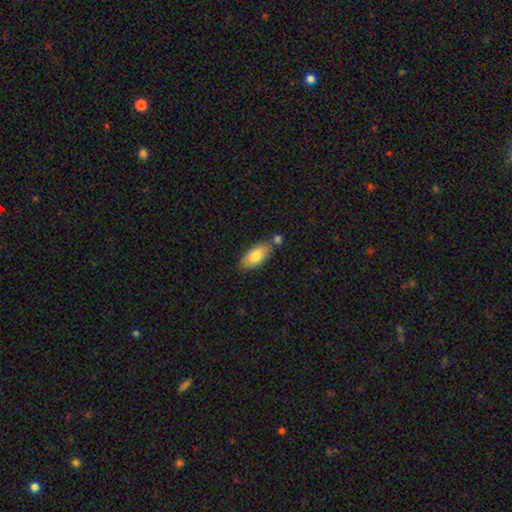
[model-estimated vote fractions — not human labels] Morphology: type=smooth (80%); roundness=in between (88%); merging=none (63%).